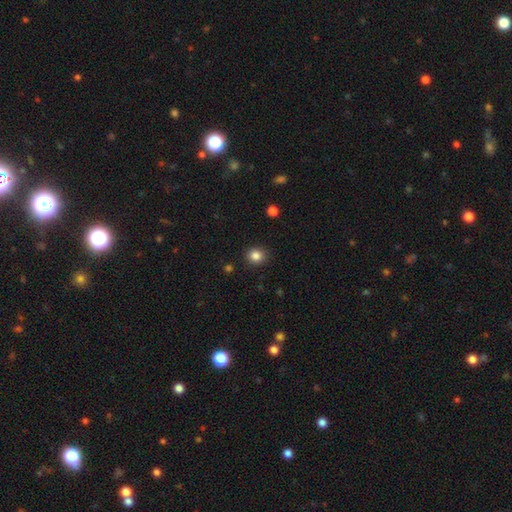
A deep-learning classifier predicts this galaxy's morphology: This is clearly a smooth galaxy (85%). How rounded: clearly round (82%). Merging: clearly none (90%).